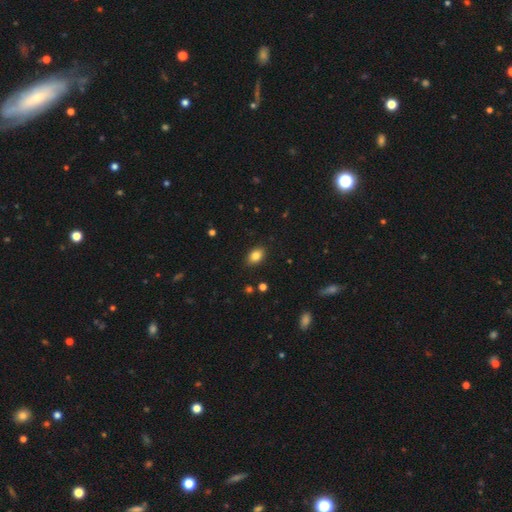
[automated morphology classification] Q: Smooth or featured?
A: smooth (84%); runner-up: star or artifact (9%)
Q: How rounded?
A: in between (83%); runner-up: round (16%)
Q: Merging?
A: none (88%); runner-up: minor disturbance (9%)